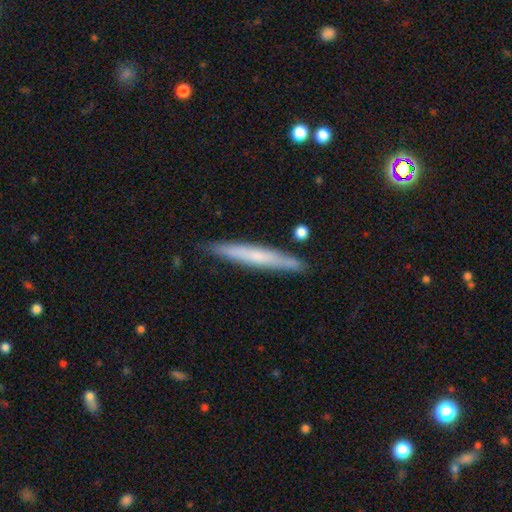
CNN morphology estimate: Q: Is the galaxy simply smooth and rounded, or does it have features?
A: smooth — 53%.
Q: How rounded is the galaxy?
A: cigar-shaped — 96%.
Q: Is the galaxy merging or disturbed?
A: none — 87%.